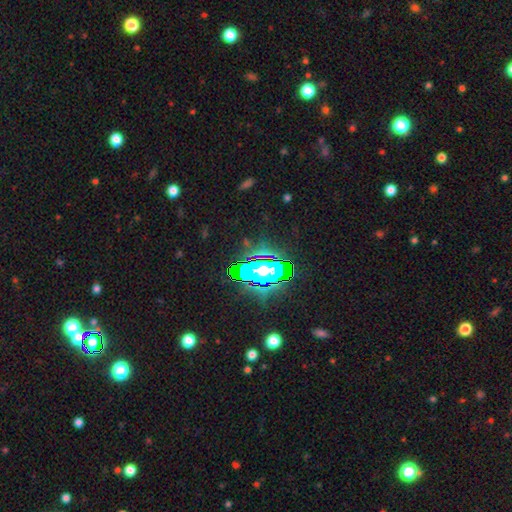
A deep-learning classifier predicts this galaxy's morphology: Smooth or featured?
  - star or artifact: 81% *
  - smooth: 10%
  - featured or disk: 9%